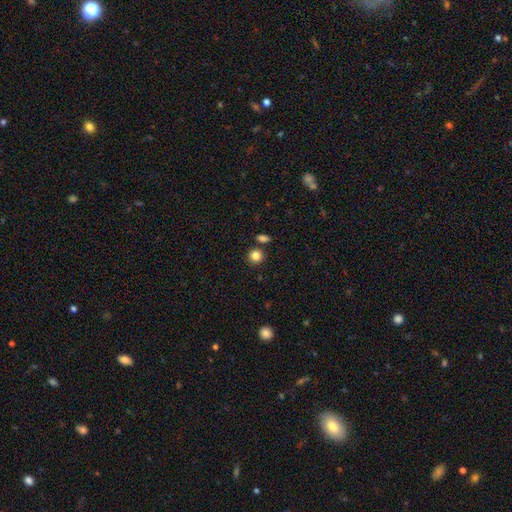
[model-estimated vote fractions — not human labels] A smooth galaxy with no disk features (84%) that is round (90%). Merging: none (83%).